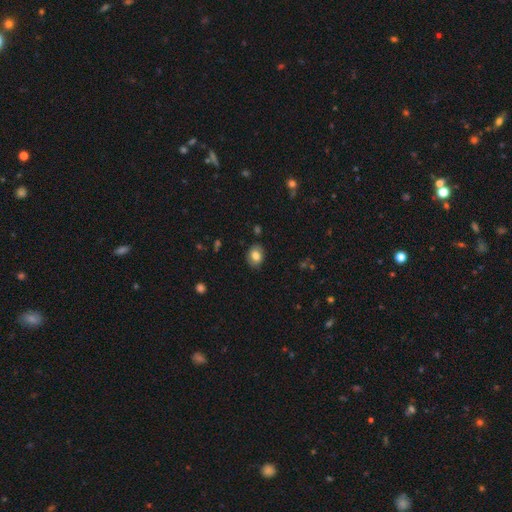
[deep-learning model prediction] Morphology: type=smooth (79%); roundness=in between (62%); merging=none (84%).